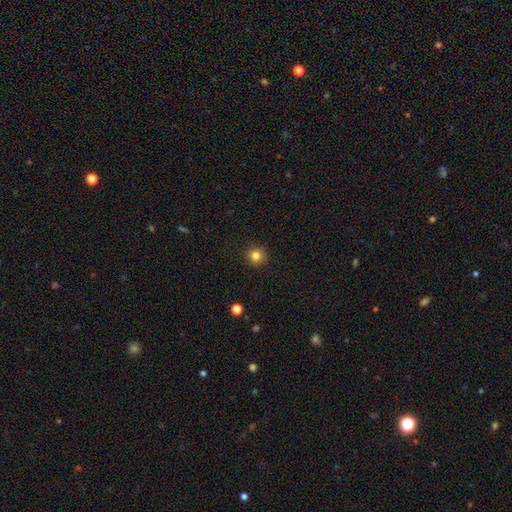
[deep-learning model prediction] This appears to be a smooth galaxy with no disk features (82%) that is round (91%). Merging: none (90%).